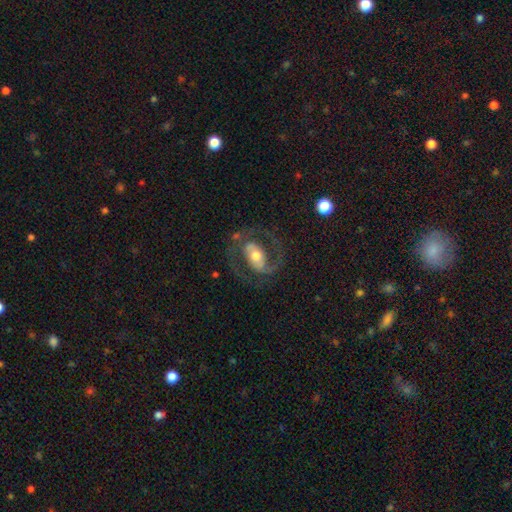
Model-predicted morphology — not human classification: The model was most divided on "bar": strong: 38%, weak: 34%, no: 28%. More confident: edge-on disk — no (96%); spiral arm count — 2 (86%); spiral arms — yes (84%); smooth or featured — featured or disk (80%); merging — none (69%); bulge size — moderate (64%); spiral winding — medium (55%).